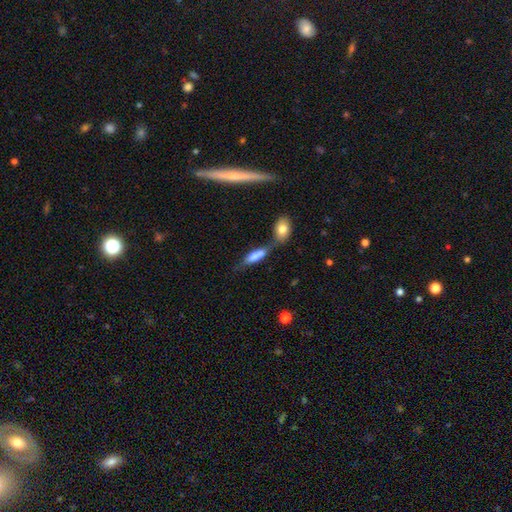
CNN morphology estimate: Q: Smooth or featured?
A: smooth (69%); runner-up: featured or disk (22%)
Q: How rounded?
A: in between (59%); runner-up: cigar-shaped (38%)
Q: Merging?
A: merger (49%); runner-up: none (32%)